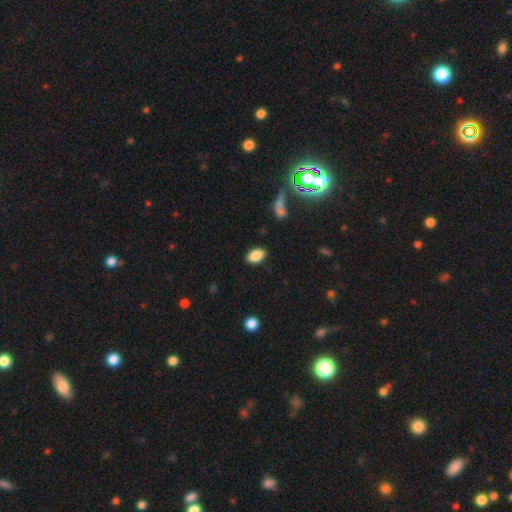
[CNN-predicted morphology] A smooth galaxy with no disk features (85%) that is in between round and cigar-shaped (91%). Merging: none (86%).